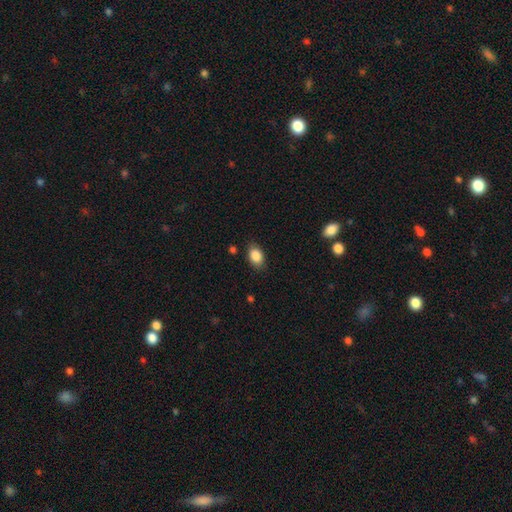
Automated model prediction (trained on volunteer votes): Smooth or featured?
  - smooth: 87% *
  - star or artifact: 8%
  - featured or disk: 5%
How rounded?
  - in between: 84% *
  - round: 14%
  - cigar-shaped: 1%
Merging?
  - none: 83% *
  - minor disturbance: 13%
  - major disturbance: 3%
  - merger: 1%